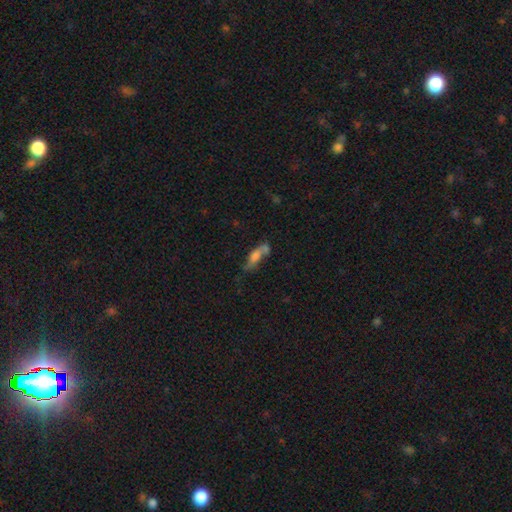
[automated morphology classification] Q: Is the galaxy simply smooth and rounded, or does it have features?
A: smooth — 55%.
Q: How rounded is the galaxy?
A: in between — 49%.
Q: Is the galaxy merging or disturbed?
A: none — 42%.